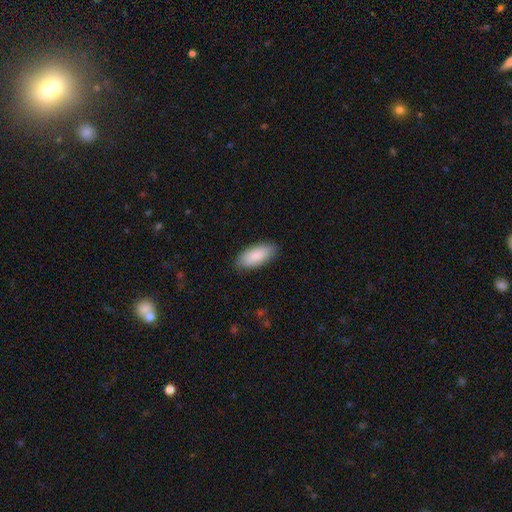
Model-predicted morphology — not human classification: The model was most divided on "merging": none: 86%, minor disturbance: 11%, major disturbance: 2%, merger: 1%. More confident: smooth or featured — smooth (89%); how rounded — in between (88%).